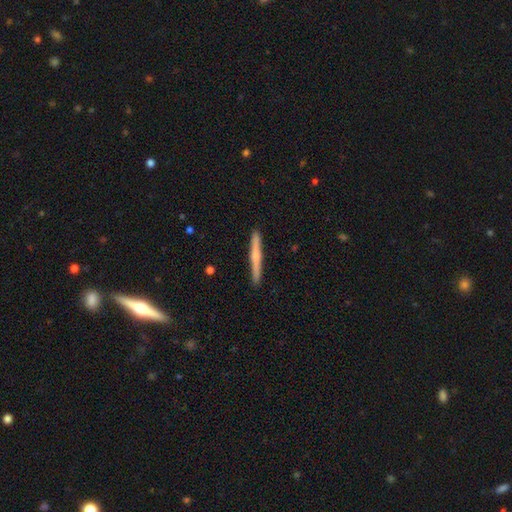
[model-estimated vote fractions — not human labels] Q: Smooth or featured?
A: featured or disk (52%); runner-up: smooth (43%)
Q: Edge-on disk?
A: yes (97%); runner-up: no (3%)
Q: Edge-on bulge?
A: rounded (62%); runner-up: none (33%)
Q: Merging?
A: none (91%); runner-up: minor disturbance (6%)